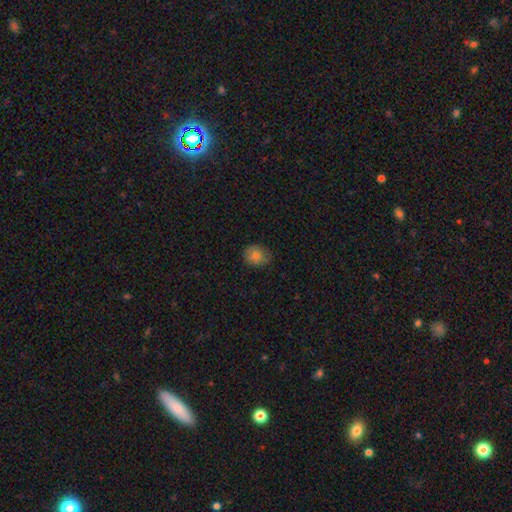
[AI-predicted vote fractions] Morphology: type=smooth (79%); roundness=round (63%); merging=none (73%).